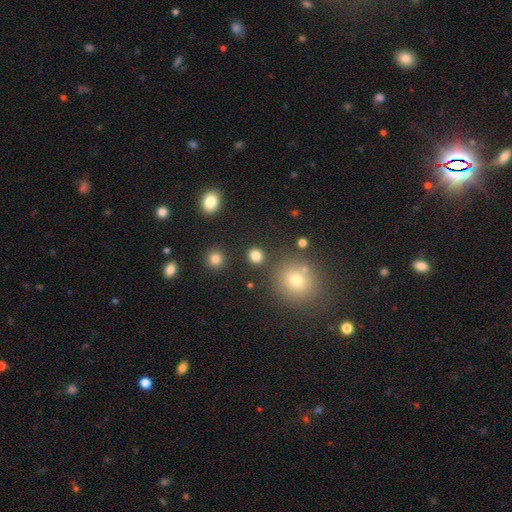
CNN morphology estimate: type=smooth (81%); roundness=round (81%); merging=none (87%).